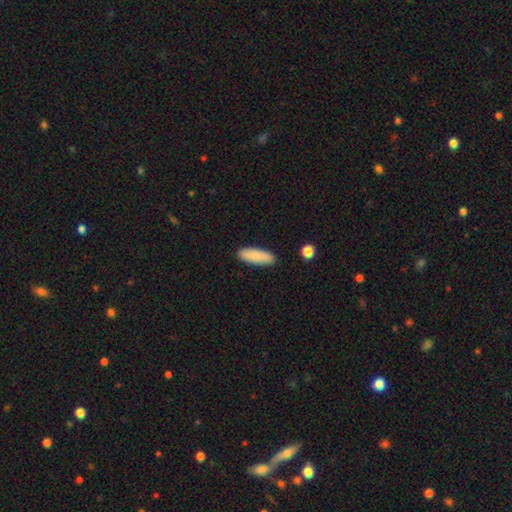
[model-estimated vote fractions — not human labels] Overall: smooth (87%). How rounded: in between (57%; cigar-shaped 41%). Merging: none (88%).